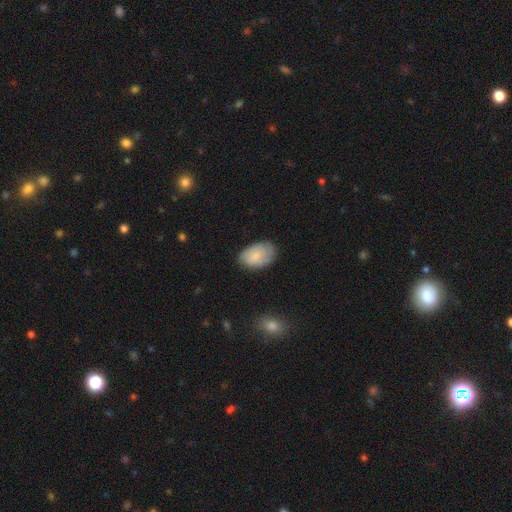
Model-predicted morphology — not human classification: This appears to be a smooth galaxy with no disk features (79%) that is in between round and cigar-shaped (91%). Merging: none (74%).